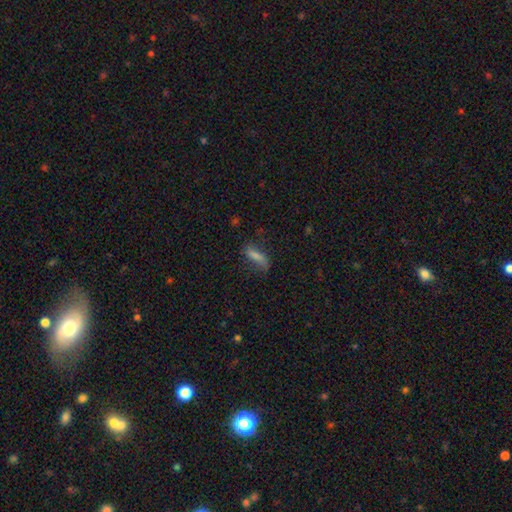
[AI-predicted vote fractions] smooth 67%, featured or disk 22%, star or artifact 11%. Down the decision tree: how rounded — cigar-shaped (60%); merging — none (64%).